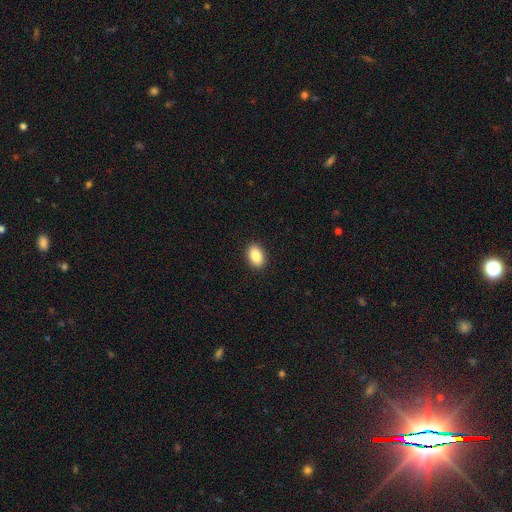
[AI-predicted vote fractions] A smooth galaxy with no disk features (88%) that is in between round and cigar-shaped (89%).

Vote fractions:
- Smooth or featured? smooth: 88% / star or artifact: 7% / featured or disk: 4%
- How rounded? in between: 89% / round: 10% / cigar-shaped: 2%
- Merging? none: 91% / minor disturbance: 6% / major disturbance: 2% / merger: 1%